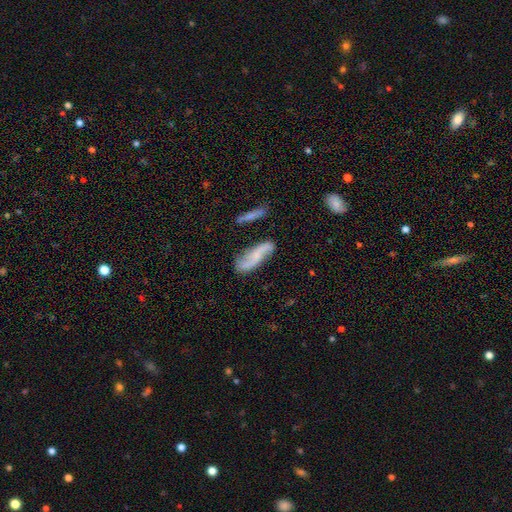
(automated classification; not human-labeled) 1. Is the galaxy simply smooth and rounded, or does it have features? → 71% featured or disk, 22% smooth, 7% star or artifact.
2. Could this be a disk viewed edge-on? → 90% no, 10% yes.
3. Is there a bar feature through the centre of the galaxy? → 56% no, 32% weak, 12% strong.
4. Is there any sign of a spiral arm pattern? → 93% yes, 7% no.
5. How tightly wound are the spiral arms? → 73% loose, 20% medium, 7% tight.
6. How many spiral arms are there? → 91% 2, 4% can't tell, 2% 1, 1% 3, 1% 4, 1% more than 4.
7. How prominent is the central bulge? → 45% small, 38% none, 14% moderate, 2% large, 1% dominant.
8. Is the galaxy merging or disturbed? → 71% none, 18% minor disturbance, 6% major disturbance, 5% merger.